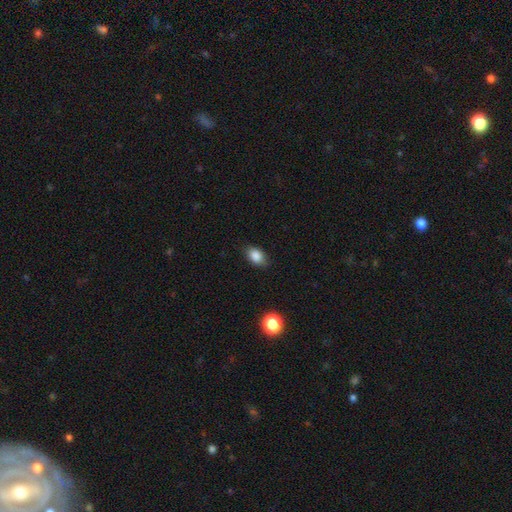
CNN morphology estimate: Q: Smooth or featured?
A: smooth (86%); runner-up: star or artifact (9%)
Q: How rounded?
A: in between (82%); runner-up: round (16%)
Q: Merging?
A: none (84%); runner-up: minor disturbance (12%)